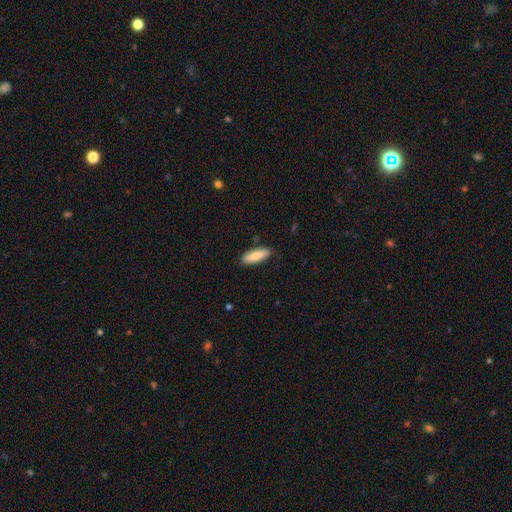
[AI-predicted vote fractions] Smooth or featured? smooth (83%)
How rounded? in between (51%)
Merging? none (87%)